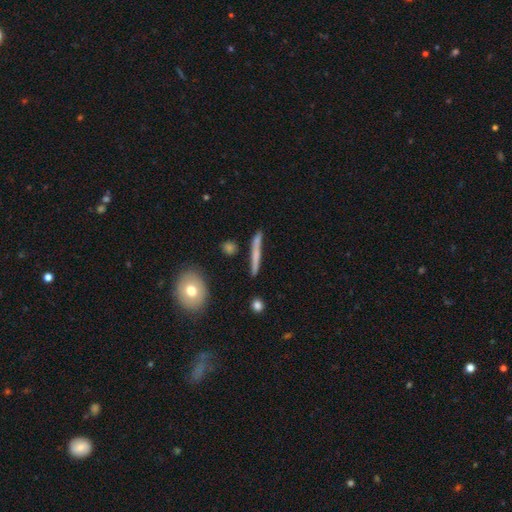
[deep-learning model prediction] Smooth or featured?
  - smooth: 52% *
  - featured or disk: 41%
  - star or artifact: 7%
How rounded?
  - cigar-shaped: 93% *
  - in between: 4%
  - round: 3%
Merging?
  - none: 81% *
  - minor disturbance: 12%
  - merger: 3%
  - major disturbance: 3%